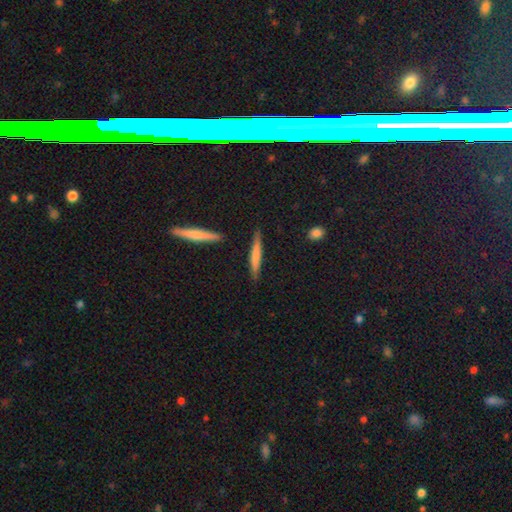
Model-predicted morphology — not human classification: Smooth or featured: smooth — 62% (featured or disk — 32%)
How rounded: cigar-shaped — 93% (in between — 6%)
Merging: none — 86% (minor disturbance — 10%)